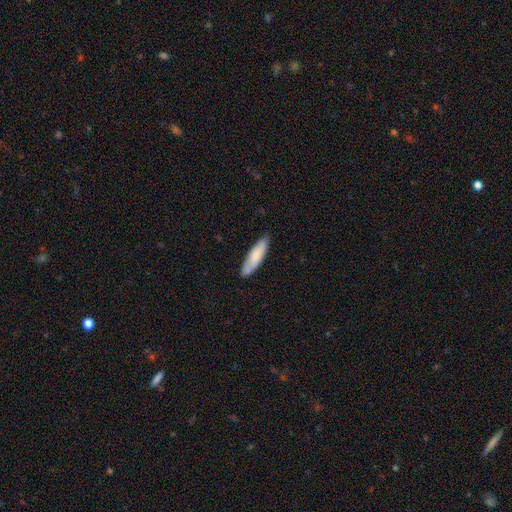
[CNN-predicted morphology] A smooth galaxy with no disk features (75%) that is cigar-shaped (68%).

Vote fractions:
- Smooth or featured? smooth: 75% / featured or disk: 19% / star or artifact: 5%
- How rounded? cigar-shaped: 68% / in between: 31% / round: 1%
- Merging? none: 80% / minor disturbance: 15% / major disturbance: 2% / merger: 2%